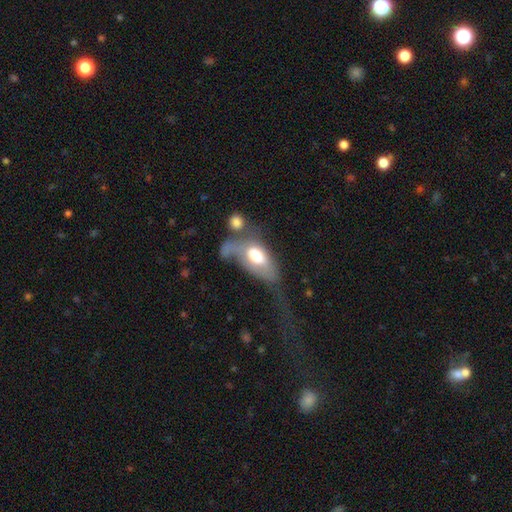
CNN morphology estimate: Q: Smooth or featured?
A: smooth (60%); runner-up: featured or disk (33%)
Q: How rounded?
A: in between (87%); runner-up: cigar-shaped (8%)
Q: Merging?
A: major disturbance (44%); runner-up: merger (24%)